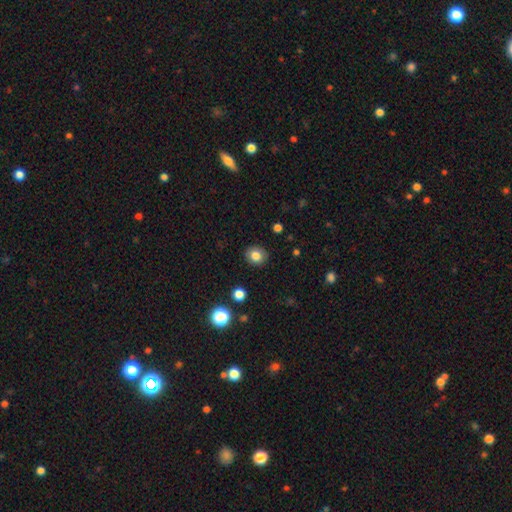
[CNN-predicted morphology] Q: Smooth or featured?
A: smooth (81%); runner-up: star or artifact (10%)
Q: How rounded?
A: round (69%); runner-up: in between (30%)
Q: Merging?
A: none (88%); runner-up: minor disturbance (8%)